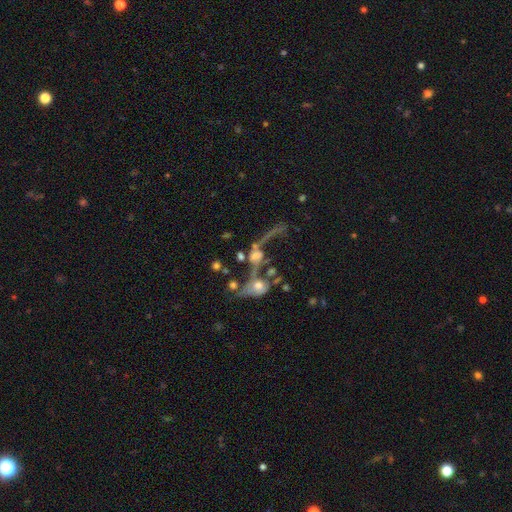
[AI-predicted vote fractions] smooth_or_featured: featured or disk (p=0.57) [alt: smooth p=0.25]
disk_edge_on: no (p=0.77) [alt: yes p=0.23]
merging: merger (p=0.49) [alt: major disturbance p=0.24]